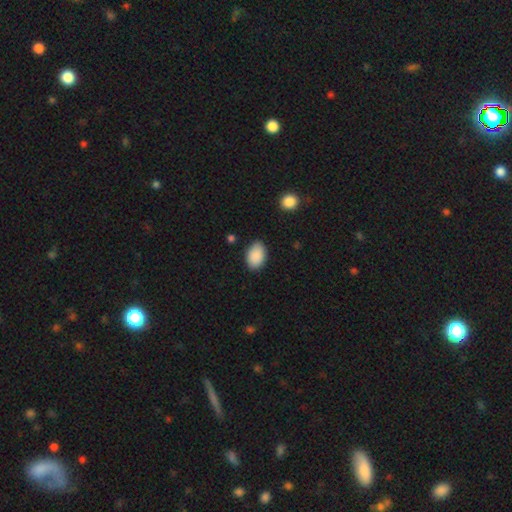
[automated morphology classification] smooth-or-featured: smooth: 90% | star or artifact: 7% | featured or disk: 3%
  how-rounded: in between: 89% | round: 10% | cigar-shaped: 1%
  merging: none: 83% | minor disturbance: 13% | major disturbance: 3% | merger: 1%